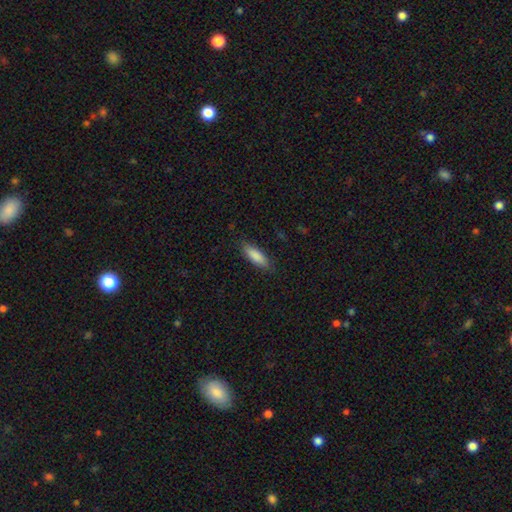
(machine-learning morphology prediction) smooth 87%, featured or disk 7%, star or artifact 6%. Down the decision tree: how rounded — in between (58%); merging — none (86%).